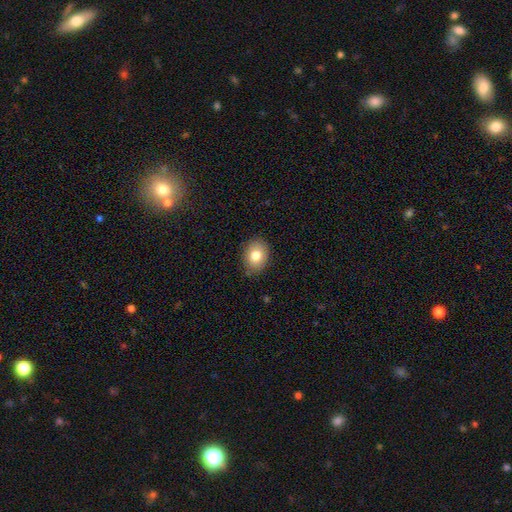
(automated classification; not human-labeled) Smooth or featured? Predicted: smooth (p=0.80). How rounded? Predicted: in between (p=0.55). Merging? Predicted: none (p=0.83).